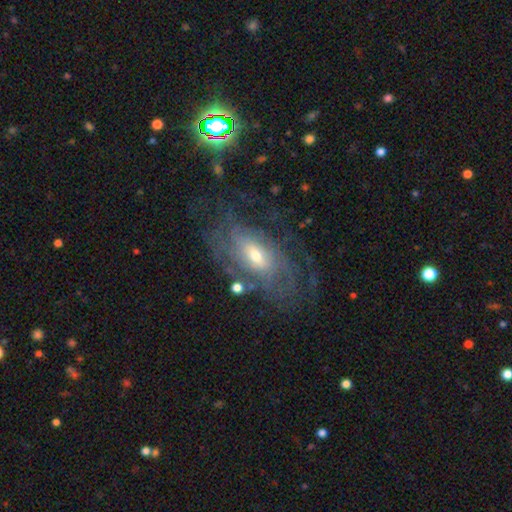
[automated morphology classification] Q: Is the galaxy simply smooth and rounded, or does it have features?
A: featured or disk — 78%.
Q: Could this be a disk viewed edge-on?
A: no — 91%.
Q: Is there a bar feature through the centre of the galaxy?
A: no — 46%.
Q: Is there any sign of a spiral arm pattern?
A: yes — 85%.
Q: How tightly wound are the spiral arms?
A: tight — 51%.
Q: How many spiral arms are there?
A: can't tell — 54%.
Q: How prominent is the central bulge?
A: moderate — 51%.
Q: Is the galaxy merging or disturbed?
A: none — 60%.